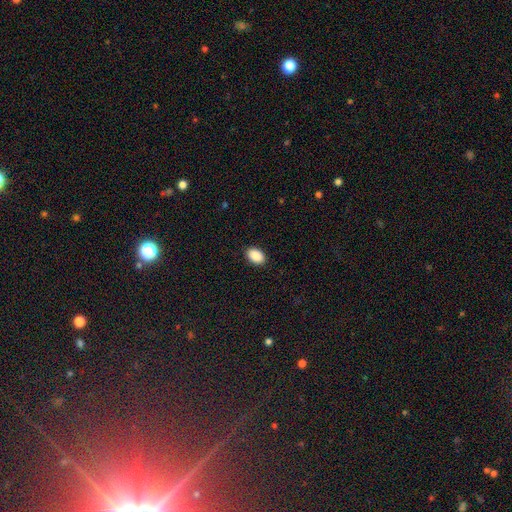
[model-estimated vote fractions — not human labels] A smooth galaxy with no disk features (90%) that is in between round and cigar-shaped (87%).

Vote fractions:
- Smooth or featured? smooth: 90% / star or artifact: 7% / featured or disk: 3%
- How rounded? in between: 87% / round: 12% / cigar-shaped: 1%
- Merging? none: 90% / minor disturbance: 7% / major disturbance: 2% / merger: 1%